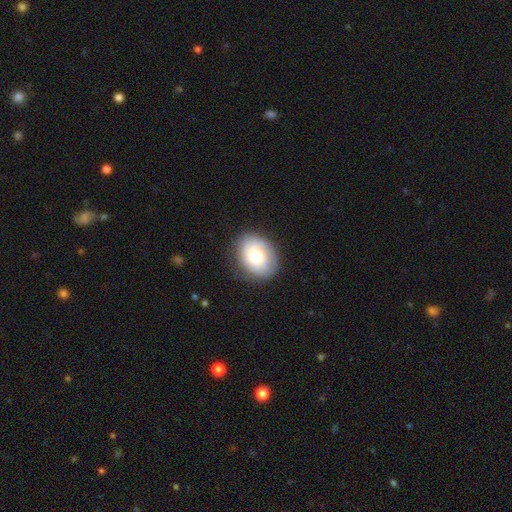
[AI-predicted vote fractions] Morphology: type=smooth (63%); roundness=in between (63%); merging=none (76%).